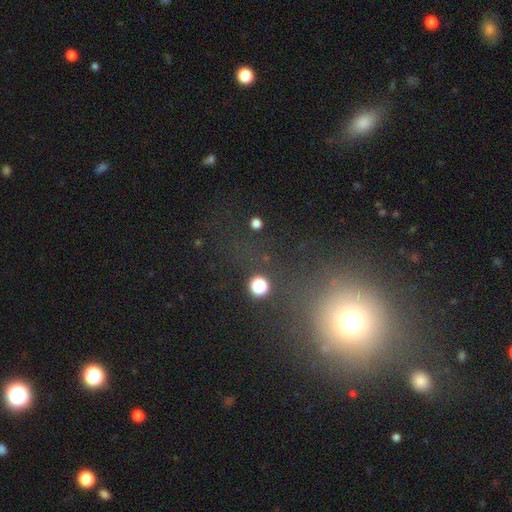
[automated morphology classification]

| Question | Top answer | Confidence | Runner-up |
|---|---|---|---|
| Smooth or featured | star or artifact | 49% | smooth (38%) |